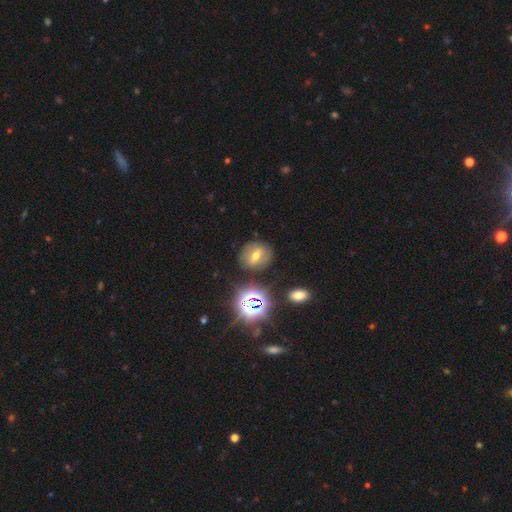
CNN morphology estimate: A smooth galaxy with no disk features (43%).

Vote fractions:
- Smooth or featured? smooth: 43% / featured or disk: 32% / star or artifact: 26%
- Merging? none: 81% / minor disturbance: 11% / major disturbance: 4% / merger: 4%